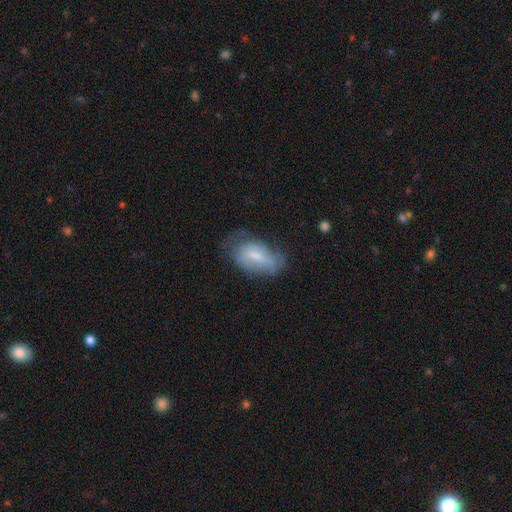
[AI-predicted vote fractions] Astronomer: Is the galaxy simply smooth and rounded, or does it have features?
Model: smooth — 57% (runner-up: featured or disk, 35%).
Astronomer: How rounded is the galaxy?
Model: in between — 90%.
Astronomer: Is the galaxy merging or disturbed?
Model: none — 43% (runner-up: minor disturbance, 35%).